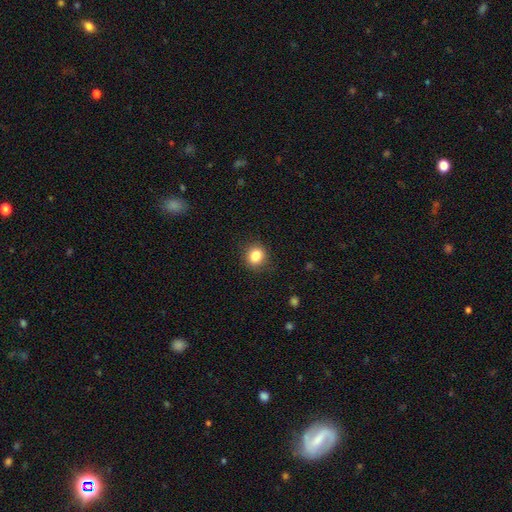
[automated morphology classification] This is clearly a smooth galaxy (85%). How rounded: likely round (77%). Merging: clearly none (86%).